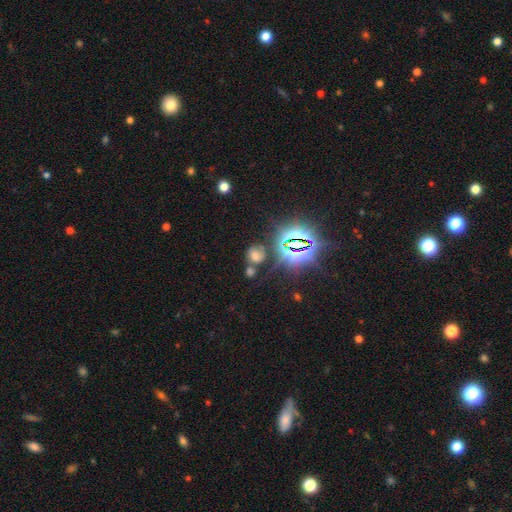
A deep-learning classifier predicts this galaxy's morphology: Smooth or featured: smooth — 44% (star or artifact — 42%)
Merging: none — 58% (merger — 18%)